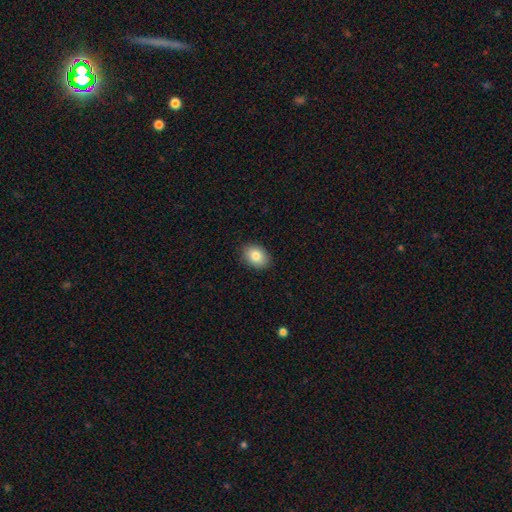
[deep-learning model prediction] smooth-or-featured: smooth: 84% | featured or disk: 8% | star or artifact: 8%
  how-rounded: in between: 70% | round: 29% | cigar-shaped: 1%
  merging: none: 89% | minor disturbance: 8% | major disturbance: 2% | merger: 1%